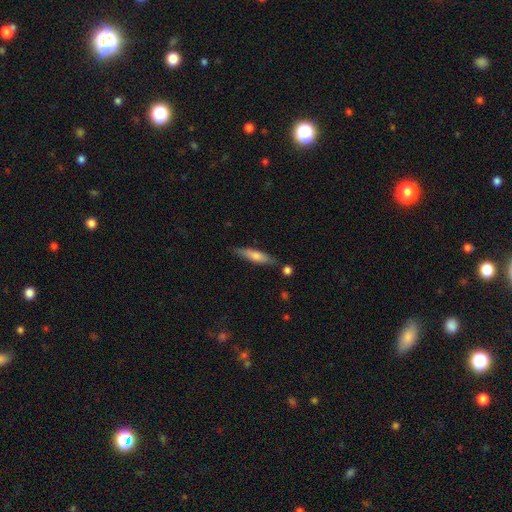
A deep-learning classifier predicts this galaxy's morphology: Smooth or featured: smooth — 55% (featured or disk — 38%)
How rounded: cigar-shaped — 80% (in between — 18%)
Merging: none — 79% (minor disturbance — 14%)